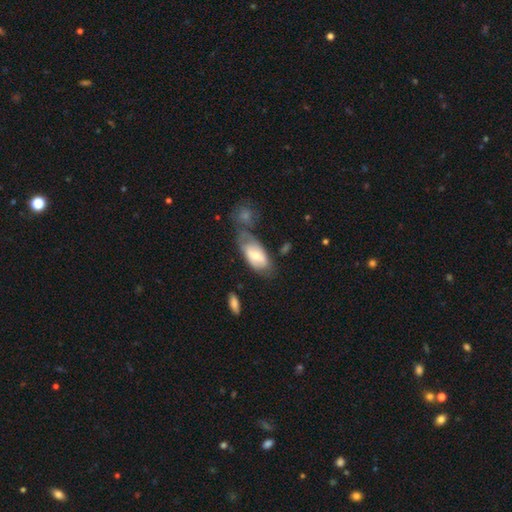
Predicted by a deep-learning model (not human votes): Smooth or featured? smooth (55%)
How rounded? in between (90%)
Merging? none (44%)